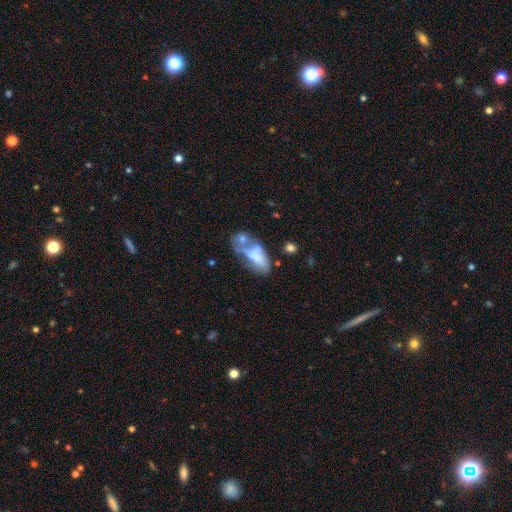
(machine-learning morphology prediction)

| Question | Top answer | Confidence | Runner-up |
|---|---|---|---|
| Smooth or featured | smooth | 50% | featured or disk (41%) |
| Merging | merger | 38% | major disturbance (25%) |